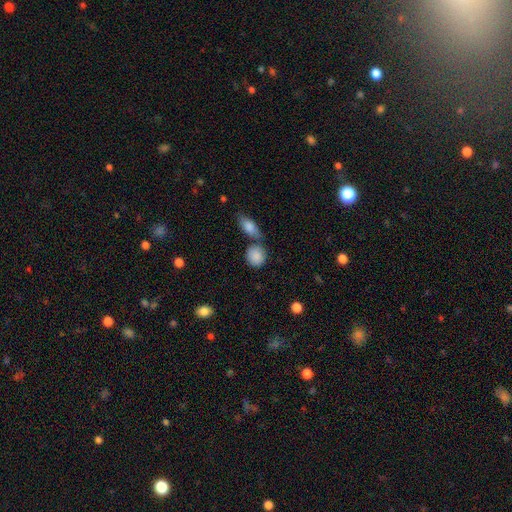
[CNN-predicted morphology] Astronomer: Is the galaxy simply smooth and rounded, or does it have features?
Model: smooth — 87%.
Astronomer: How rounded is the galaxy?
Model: round — 73%.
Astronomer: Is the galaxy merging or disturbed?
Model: none — 61%.